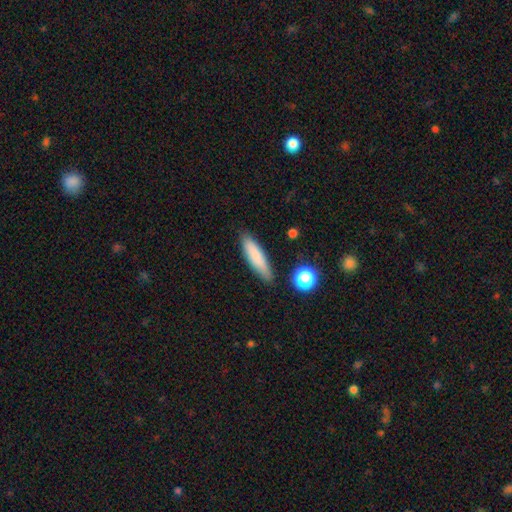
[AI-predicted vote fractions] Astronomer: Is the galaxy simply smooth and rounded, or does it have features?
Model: smooth — 80%.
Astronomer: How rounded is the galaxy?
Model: cigar-shaped — 72%.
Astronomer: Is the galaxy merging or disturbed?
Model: none — 85%.